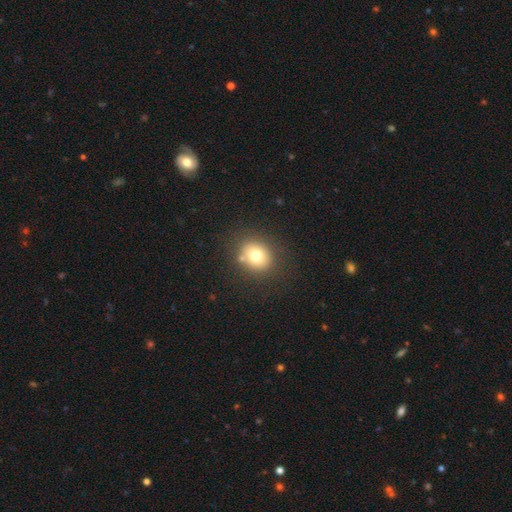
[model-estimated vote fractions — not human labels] Smooth or featured?
  - smooth: 75% *
  - featured or disk: 13%
  - star or artifact: 13%
How rounded?
  - round: 73% *
  - in between: 26%
  - cigar-shaped: 1%
Merging?
  - none: 79% *
  - minor disturbance: 11%
  - merger: 6%
  - major disturbance: 4%